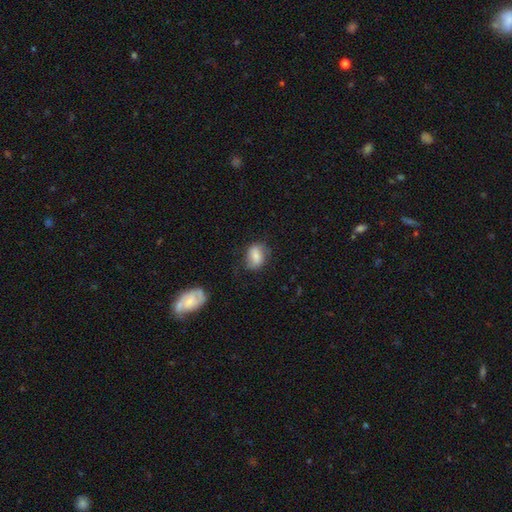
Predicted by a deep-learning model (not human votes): This is likely a smooth galaxy (72%). How rounded: likely in between (73%). Merging: likely none (66%).